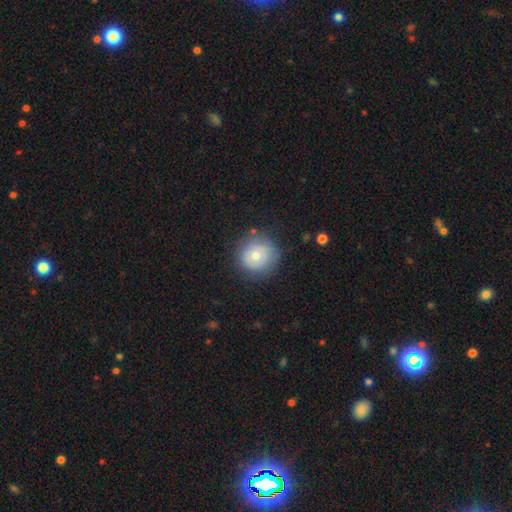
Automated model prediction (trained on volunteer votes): smooth 69%, featured or disk 20%, star or artifact 11%. Down the decision tree: how rounded — round (94%); merging — none (84%).